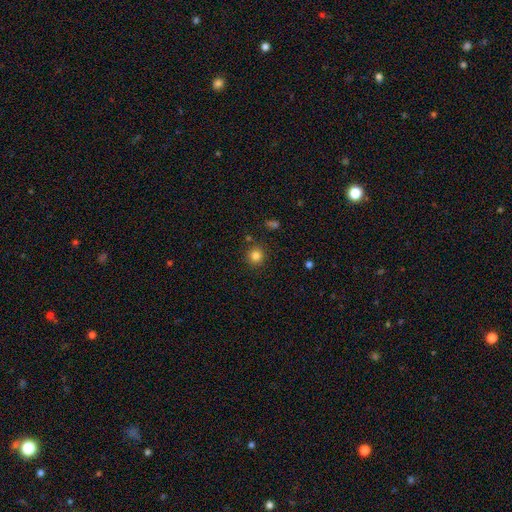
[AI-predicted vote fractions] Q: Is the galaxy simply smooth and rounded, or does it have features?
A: smooth — 82%.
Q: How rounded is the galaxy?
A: round — 93%.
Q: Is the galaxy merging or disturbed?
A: none — 87%.